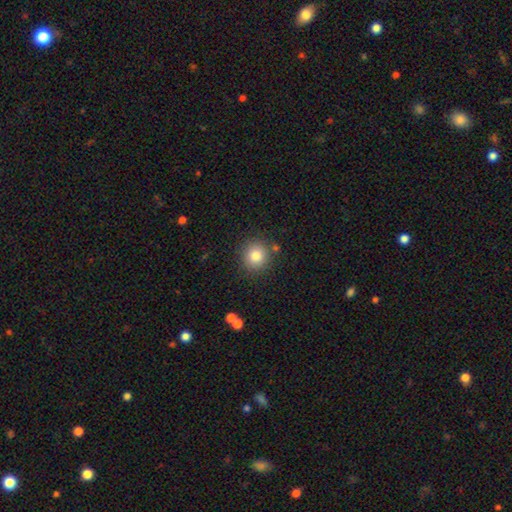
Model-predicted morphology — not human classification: This appears to be a smooth galaxy with no disk features (81%) that is round (92%). Merging: none (84%).